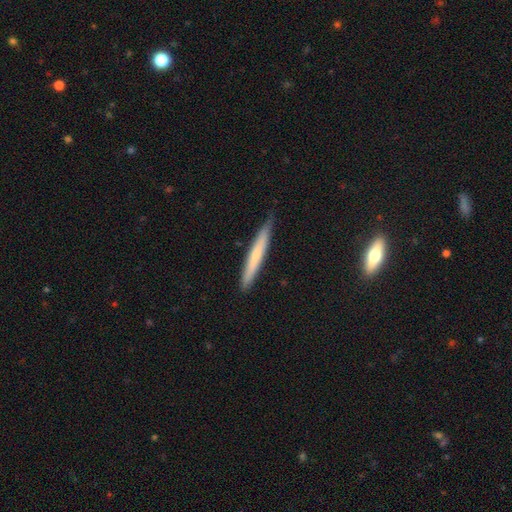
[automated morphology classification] A smooth galaxy with no disk features (63%) that is cigar-shaped (96%). Merging: none (86%).